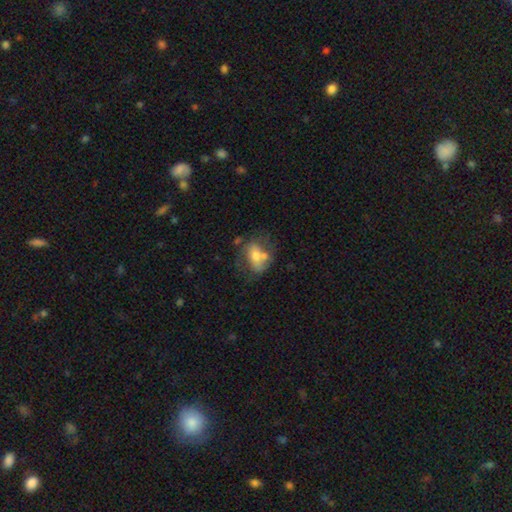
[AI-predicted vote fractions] Overall: smooth (54%; featured or disk 37%). How rounded: in between (75%). Merging: none (39%; merger 28%).